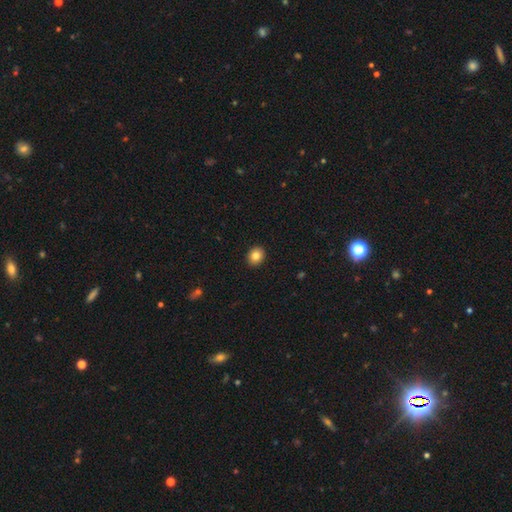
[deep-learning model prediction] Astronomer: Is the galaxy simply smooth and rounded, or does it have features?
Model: smooth — 83%.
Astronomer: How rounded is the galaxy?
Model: round — 61% (runner-up: in between, 39%).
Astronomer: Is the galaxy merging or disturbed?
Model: none — 92%.